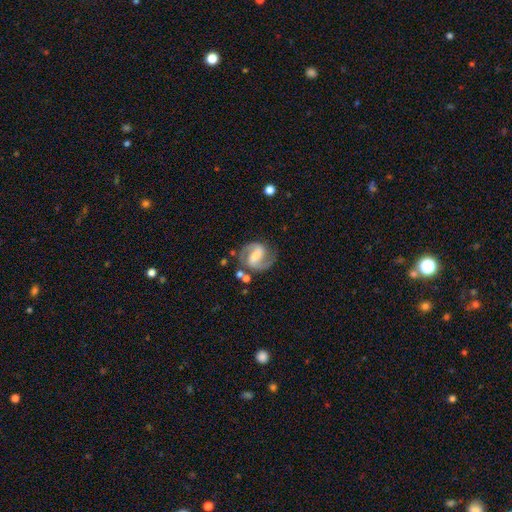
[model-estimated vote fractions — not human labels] Smooth or featured?
  - featured or disk: 87% *
  - smooth: 8%
  - star or artifact: 5%
Edge-on disk?
  - no: 98% *
  - yes: 2%
Bar?
  - strong: 49% *
  - weak: 38%
  - no: 13%
Spiral arms?
  - yes: 97% *
  - no: 3%
Spiral winding?
  - medium: 57% *
  - tight: 26%
  - loose: 17%
Spiral arm count?
  - 2: 93% *
  - can't tell: 2%
  - 1: 2%
  - 3: 1%
  - 4: 1%
  - more than 4: 1%
Bulge size?
  - moderate: 38% *
  - small: 37%
  - none: 14%
  - large: 9%
  - dominant: 2%
Merging?
  - none: 77% *
  - minor disturbance: 13%
  - major disturbance: 5%
  - merger: 4%